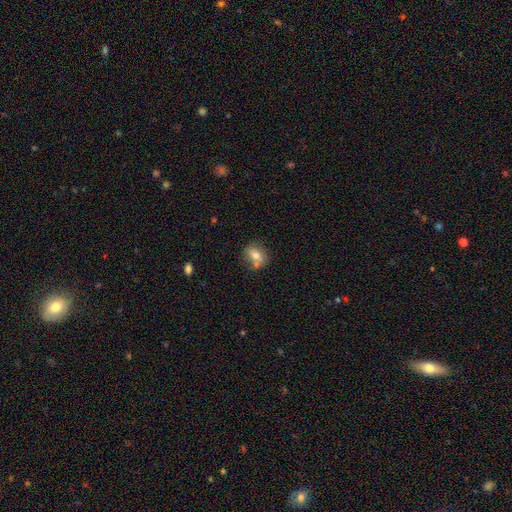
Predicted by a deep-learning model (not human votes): This is likely a smooth galaxy (71%). How rounded: possibly in between (49%). Merging: likely none (62%).